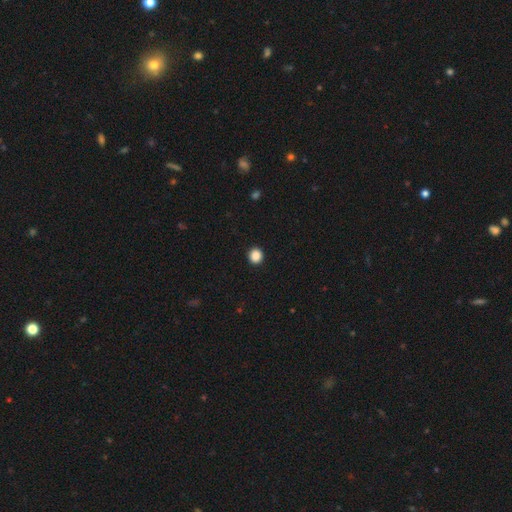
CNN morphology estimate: smooth_or_featured: smooth (p=0.88) [alt: star or artifact p=0.10]
how_rounded: round (p=0.89) [alt: in between p=0.10]
merging: none (p=0.93) [alt: minor disturbance p=0.04]